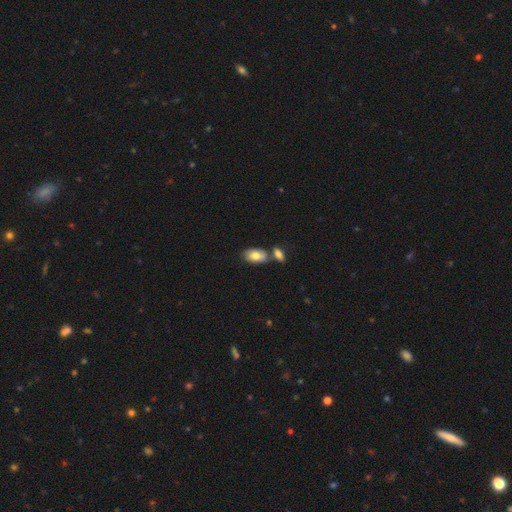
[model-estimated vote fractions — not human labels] smooth 73%, featured or disk 20%, star or artifact 7%. Down the decision tree: how rounded — in between (92%); merging — none (51%).